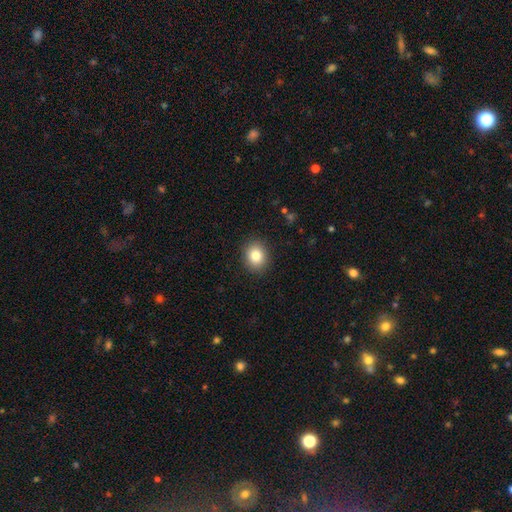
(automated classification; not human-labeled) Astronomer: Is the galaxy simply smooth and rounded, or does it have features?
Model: smooth — 83%.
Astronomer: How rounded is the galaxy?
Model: round — 66%.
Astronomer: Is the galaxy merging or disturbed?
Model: none — 90%.